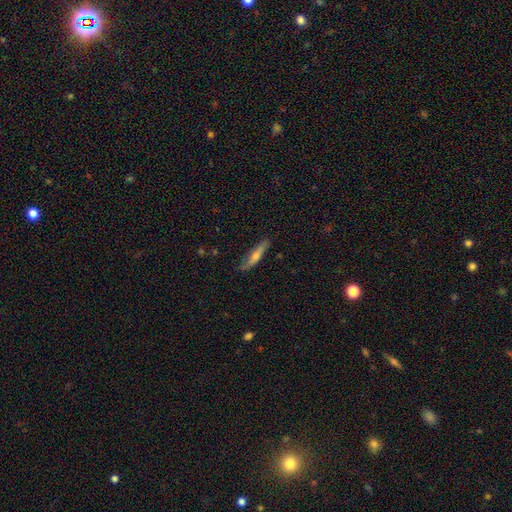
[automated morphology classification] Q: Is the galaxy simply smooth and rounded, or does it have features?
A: featured or disk — 47%, tied with smooth.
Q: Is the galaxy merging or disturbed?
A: none — 82%.